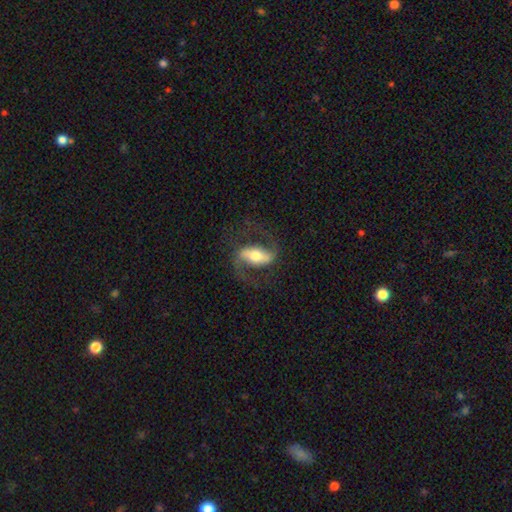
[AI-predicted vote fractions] smooth_or_featured: featured or disk (p=0.80) [alt: smooth p=0.15]
disk_edge_on: no (p=0.92) [alt: yes p=0.08]
bar: strong (p=0.61) [alt: weak p=0.25]
has_spiral_arms: yes (p=0.91) [alt: no p=0.09]
spiral_winding: medium (p=0.45) [alt: loose p=0.43]
spiral_arm_count: 2 (p=0.91) [alt: 1 p=0.03]
bulge_size: moderate (p=0.63) [alt: small p=0.19]
merging: none (p=0.74) [alt: minor disturbance p=0.13]